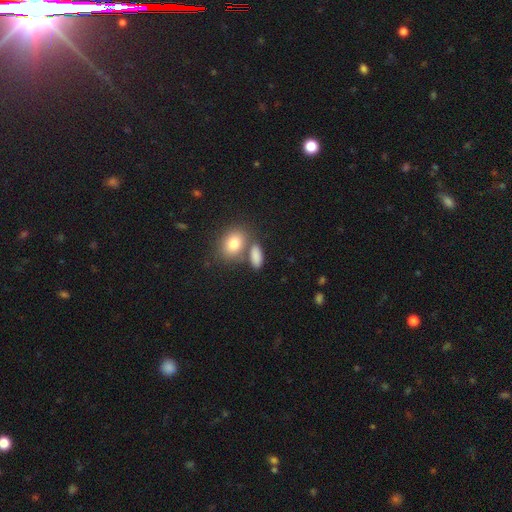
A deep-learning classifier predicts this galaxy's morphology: Smooth or featured: smooth — 83% (star or artifact — 9%)
How rounded: in between — 80% (round — 14%)
Merging: none — 60% (merger — 23%)